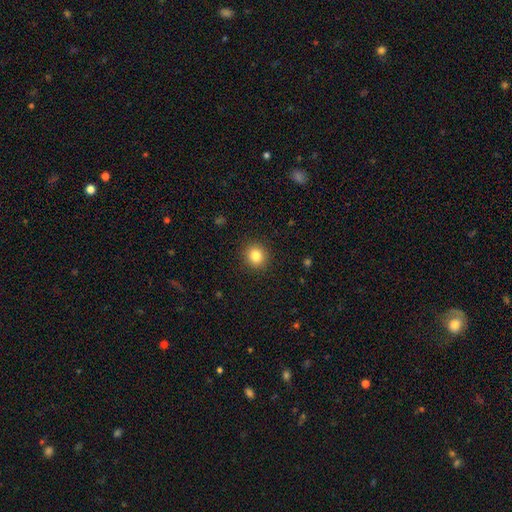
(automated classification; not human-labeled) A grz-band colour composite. It shows a smooth galaxy with no disk features (83%) that is round (86%). Merging: none (91%).